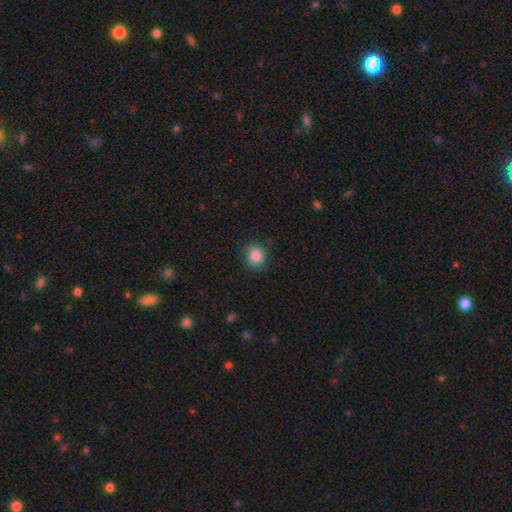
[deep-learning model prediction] Morphology: type=smooth (85%); roundness=round (78%); merging=none (84%).